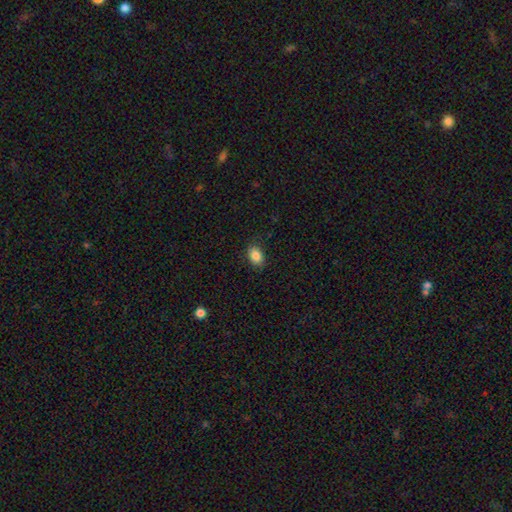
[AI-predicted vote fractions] smooth 86%, star or artifact 9%, featured or disk 6%. Down the decision tree: how rounded — in between (79%); merging — none (86%).